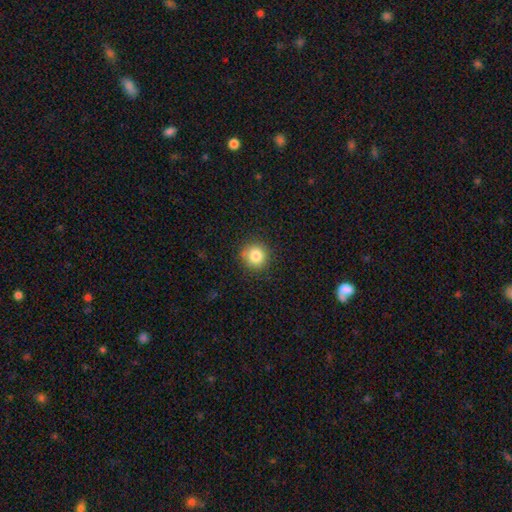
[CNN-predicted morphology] type=smooth (83%); roundness=round (93%); merging=none (85%).